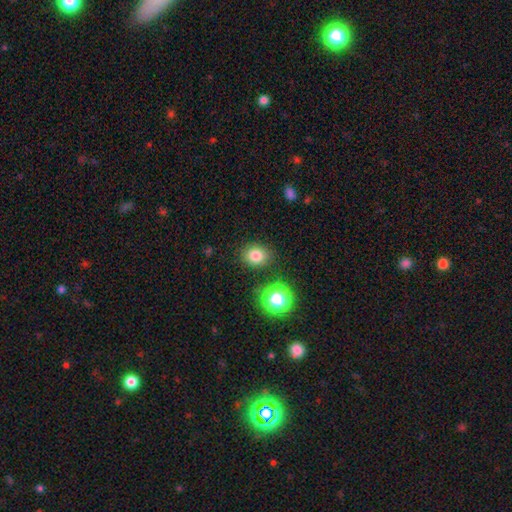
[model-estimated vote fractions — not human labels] Smooth or featured? smooth (80%)
How rounded? round (59%)
Merging? none (83%)